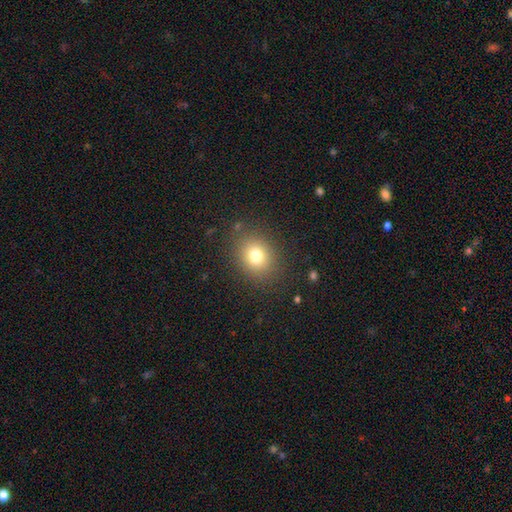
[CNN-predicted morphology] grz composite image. It shows a smooth galaxy with no disk features (77%) that is round (63%). Merging: none (86%).